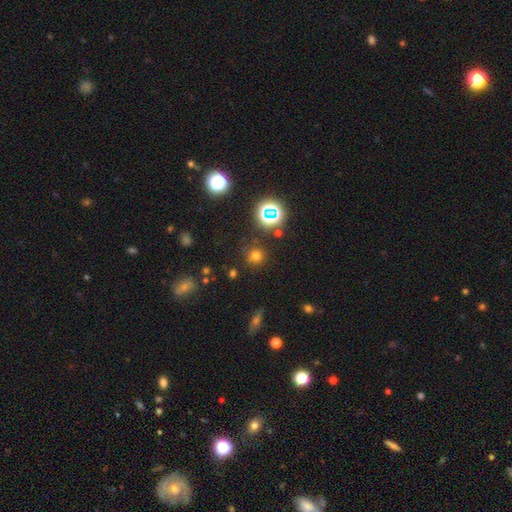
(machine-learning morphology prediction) smooth_or_featured: smooth (p=0.65) [alt: star or artifact p=0.28]
how_rounded: round (p=0.91) [alt: in between p=0.08]
merging: none (p=0.84) [alt: minor disturbance p=0.09]